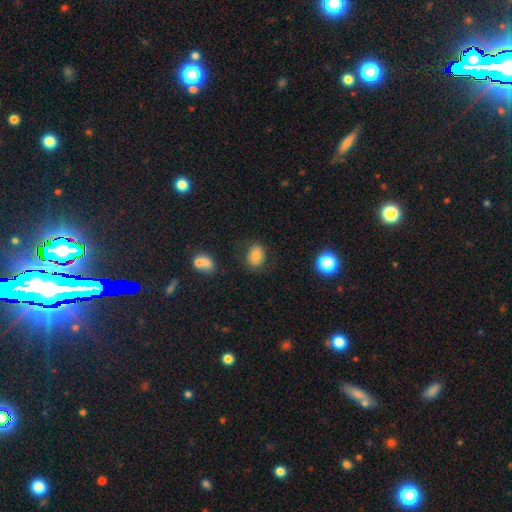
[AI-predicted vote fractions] Q: Smooth or featured?
A: smooth (72%); runner-up: featured or disk (17%)
Q: How rounded?
A: in between (64%); runner-up: round (35%)
Q: Merging?
A: none (76%); runner-up: minor disturbance (16%)